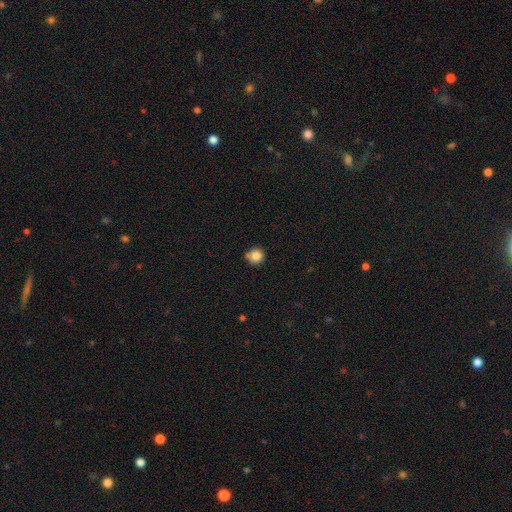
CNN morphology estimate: Smooth or featured?
  - smooth: 83% *
  - star or artifact: 10%
  - featured or disk: 6%
How rounded?
  - round: 93% *
  - in between: 6%
  - cigar-shaped: 1%
Merging?
  - none: 74% *
  - minor disturbance: 15%
  - merger: 8%
  - major disturbance: 3%